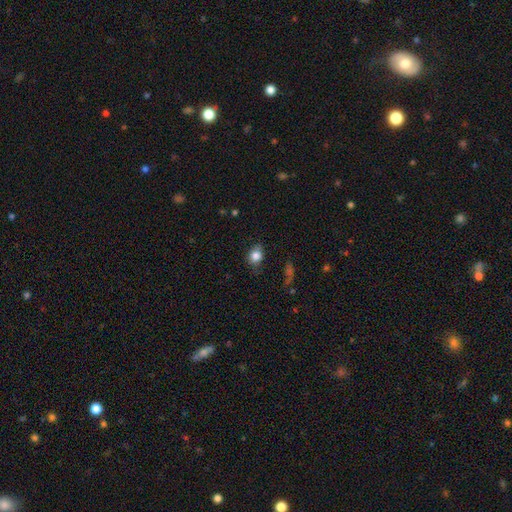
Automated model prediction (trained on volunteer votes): Smooth or featured?
  - smooth: 83% *
  - star or artifact: 10%
  - featured or disk: 7%
How rounded?
  - in between: 52% *
  - round: 47%
  - cigar-shaped: 1%
Merging?
  - none: 69% *
  - minor disturbance: 23%
  - major disturbance: 6%
  - merger: 2%